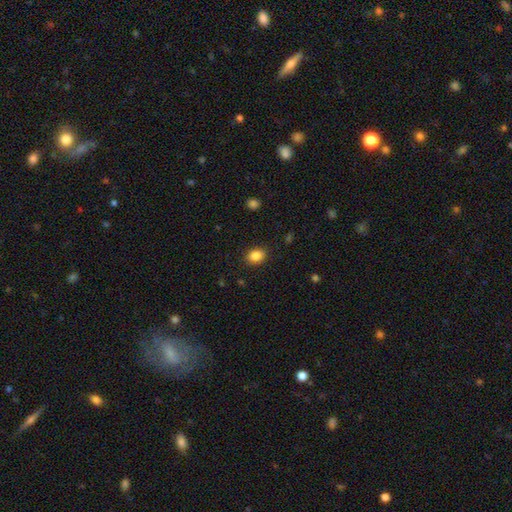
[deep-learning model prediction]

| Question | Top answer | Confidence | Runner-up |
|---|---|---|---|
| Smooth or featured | smooth | 86% | star or artifact (9%) |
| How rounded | in between | 63% | round (36%) |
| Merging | none | 87% | minor disturbance (9%) |